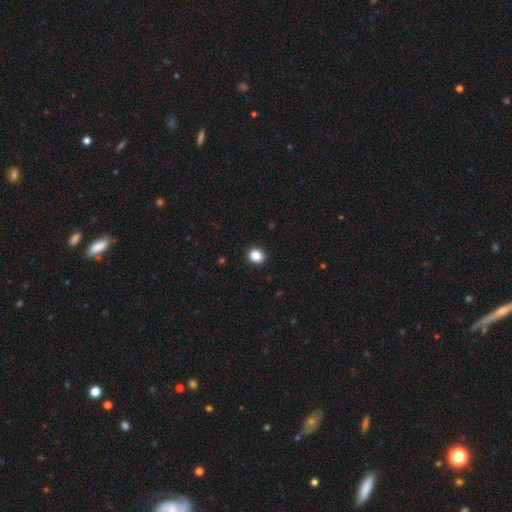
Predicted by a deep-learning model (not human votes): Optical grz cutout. It shows a smooth galaxy with no disk features (87%) that is round (76%). Merging: none (92%).